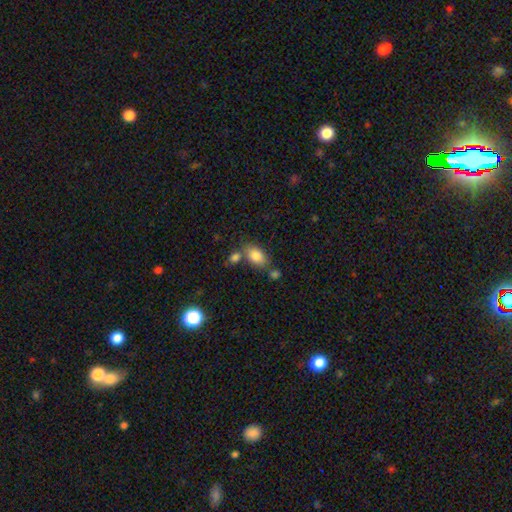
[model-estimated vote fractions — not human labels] Smooth or featured?
  - smooth: 82% *
  - featured or disk: 9%
  - star or artifact: 8%
How rounded?
  - in between: 89% *
  - round: 9%
  - cigar-shaped: 2%
Merging?
  - none: 56% *
  - merger: 23%
  - minor disturbance: 16%
  - major disturbance: 5%